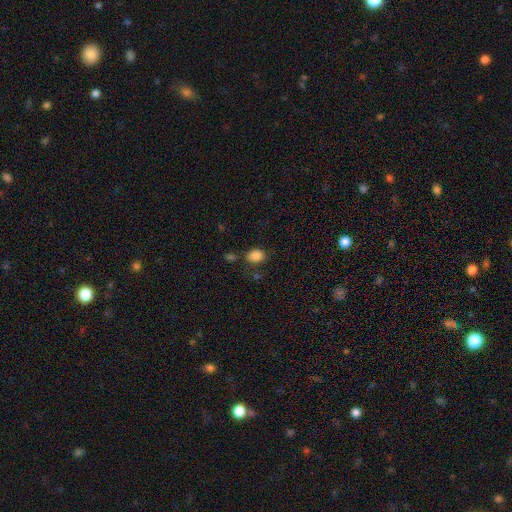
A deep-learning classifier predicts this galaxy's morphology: Smooth or featured: smooth — 85% (star or artifact — 10%)
How rounded: in between — 65% (round — 34%)
Merging: none — 73% (minor disturbance — 15%)